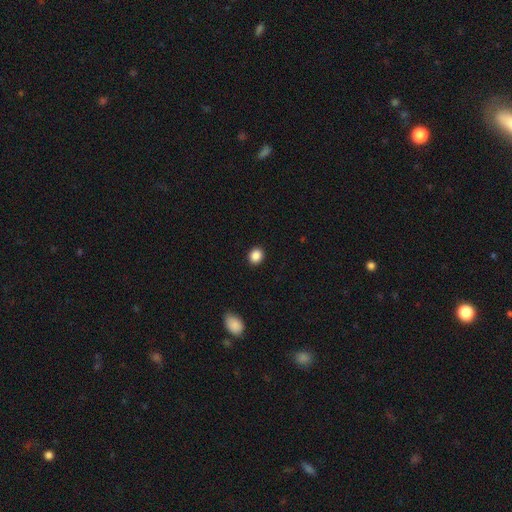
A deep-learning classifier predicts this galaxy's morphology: Smooth or featured?
  - smooth: 88% *
  - star or artifact: 9%
  - featured or disk: 3%
How rounded?
  - round: 66% *
  - in between: 33%
  - cigar-shaped: 1%
Merging?
  - none: 91% *
  - minor disturbance: 6%
  - major disturbance: 2%
  - merger: 1%